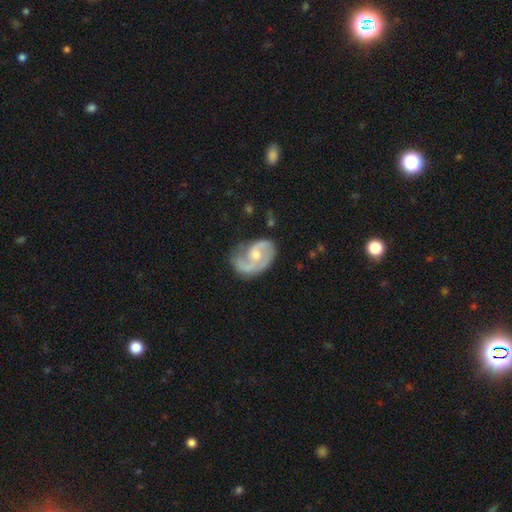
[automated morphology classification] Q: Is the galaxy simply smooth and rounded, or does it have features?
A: featured or disk — 81%.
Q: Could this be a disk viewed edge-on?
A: no — 97%.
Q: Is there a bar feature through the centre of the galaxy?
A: no — 62%.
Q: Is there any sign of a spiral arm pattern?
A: yes — 94%.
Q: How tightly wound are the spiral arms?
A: medium — 46%.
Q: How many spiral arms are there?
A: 2 — 63%.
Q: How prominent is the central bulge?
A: moderate — 59%.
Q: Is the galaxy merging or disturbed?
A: none — 55%.